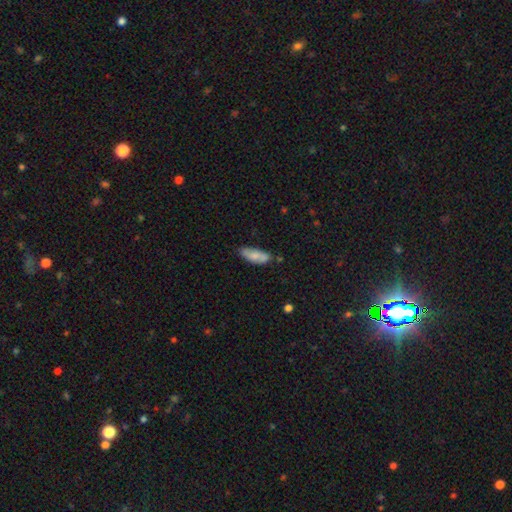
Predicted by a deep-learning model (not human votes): The model was most divided on "merging": none: 68%, minor disturbance: 24%, major disturbance: 5%, merger: 4%. More confident: how rounded — in between (76%); smooth or featured — smooth (71%).